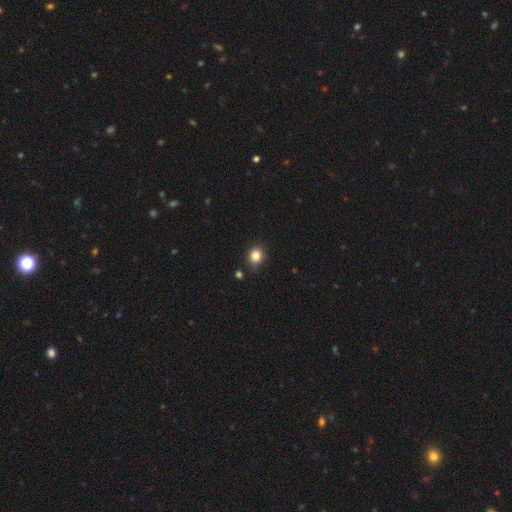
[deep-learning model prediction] Q: Smooth or featured?
A: smooth (84%); runner-up: star or artifact (11%)
Q: How rounded?
A: round (74%); runner-up: in between (25%)
Q: Merging?
A: none (81%); runner-up: minor disturbance (13%)